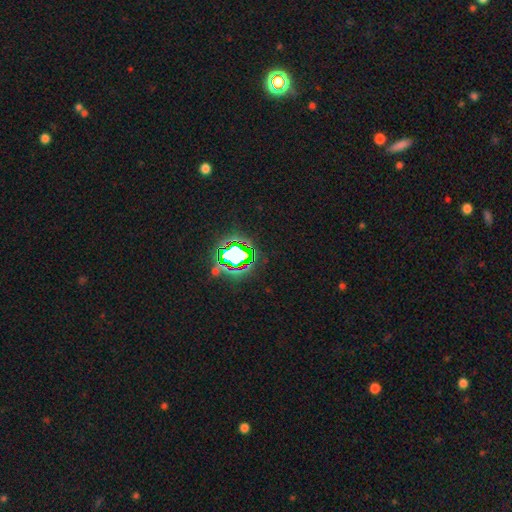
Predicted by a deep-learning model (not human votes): Morphology: type=star or artifact (81%).